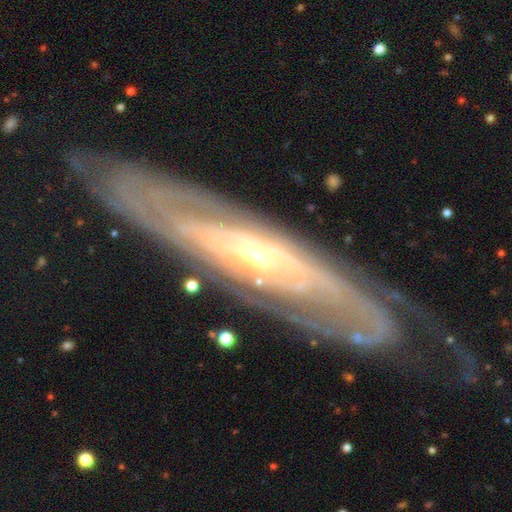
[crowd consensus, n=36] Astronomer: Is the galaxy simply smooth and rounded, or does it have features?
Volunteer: featured or disk — 92%.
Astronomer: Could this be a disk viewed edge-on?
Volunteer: no — 82%.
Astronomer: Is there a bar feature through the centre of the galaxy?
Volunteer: no — 59%.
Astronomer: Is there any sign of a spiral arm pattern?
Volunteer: yes — 96%.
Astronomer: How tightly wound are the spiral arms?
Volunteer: tight — 85%.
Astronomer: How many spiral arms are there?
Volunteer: can't tell — 42% (runner-up: 3, 19%).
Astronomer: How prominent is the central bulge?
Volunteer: small — 89%.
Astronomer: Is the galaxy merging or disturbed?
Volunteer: none — 77%.